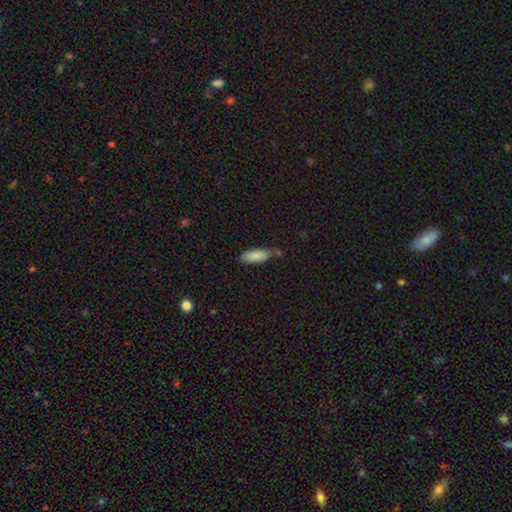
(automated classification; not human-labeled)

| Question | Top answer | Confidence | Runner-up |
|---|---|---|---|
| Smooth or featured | smooth | 87% | featured or disk (7%) |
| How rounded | in between | 69% | cigar-shaped (29%) |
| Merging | none | 70% | minor disturbance (20%) |